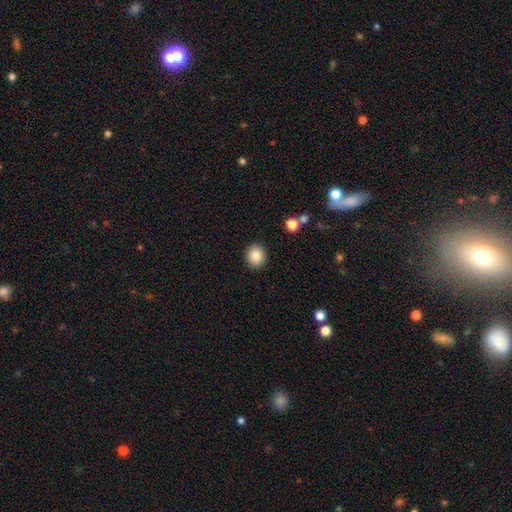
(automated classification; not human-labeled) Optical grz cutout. It shows a smooth galaxy with no disk features (85%) that is round (80%). Merging: none (91%).